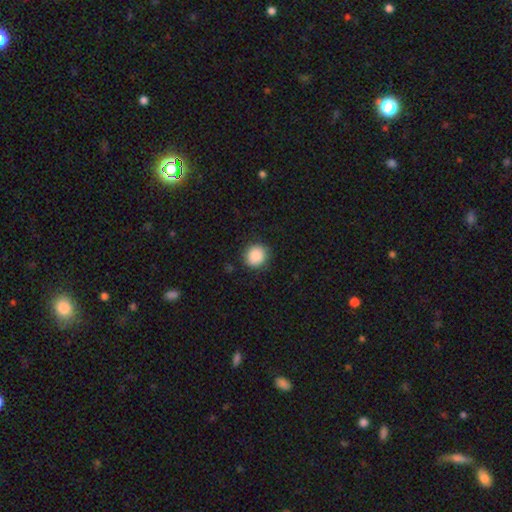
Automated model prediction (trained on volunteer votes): A smooth galaxy with no disk features (88%) that is round (84%).

Vote fractions:
- Smooth or featured? smooth: 88% / star or artifact: 8% / featured or disk: 4%
- How rounded? round: 84% / in between: 15% / cigar-shaped: 1%
- Merging? none: 87% / minor disturbance: 9% / major disturbance: 3% / merger: 1%